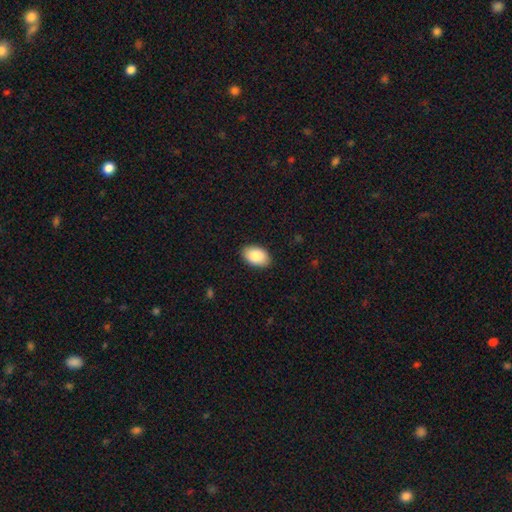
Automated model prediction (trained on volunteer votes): This is clearly a smooth galaxy (87%). How rounded: clearly in between (91%). Merging: clearly none (88%).